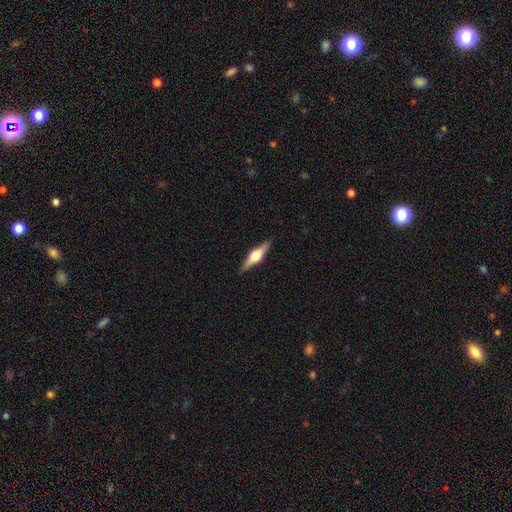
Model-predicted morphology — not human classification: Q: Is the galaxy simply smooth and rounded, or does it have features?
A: featured or disk — 66%.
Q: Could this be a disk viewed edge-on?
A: yes — 97%.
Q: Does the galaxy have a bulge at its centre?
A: rounded — 94%.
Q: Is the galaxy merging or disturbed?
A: none — 90%.